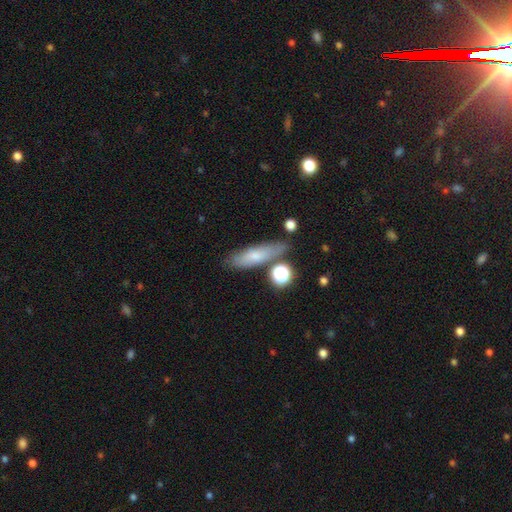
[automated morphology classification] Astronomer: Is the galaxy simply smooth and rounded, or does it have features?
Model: smooth — 67%.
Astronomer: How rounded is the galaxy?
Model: cigar-shaped — 56% (runner-up: in between, 39%).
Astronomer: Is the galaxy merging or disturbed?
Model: none — 72%.